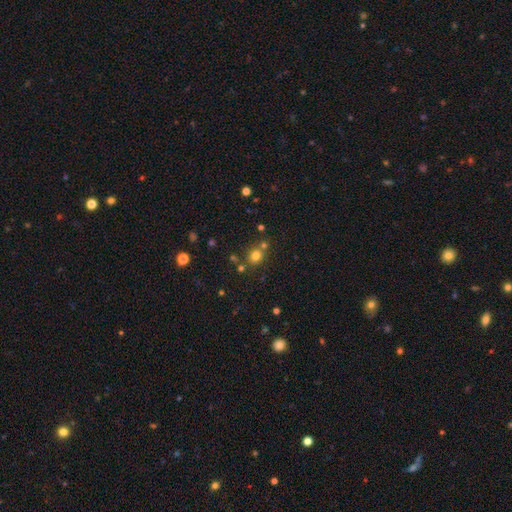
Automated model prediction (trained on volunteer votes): smooth 74%, star or artifact 18%, featured or disk 8%. Down the decision tree: how rounded — round (73%); merging — none (68%).